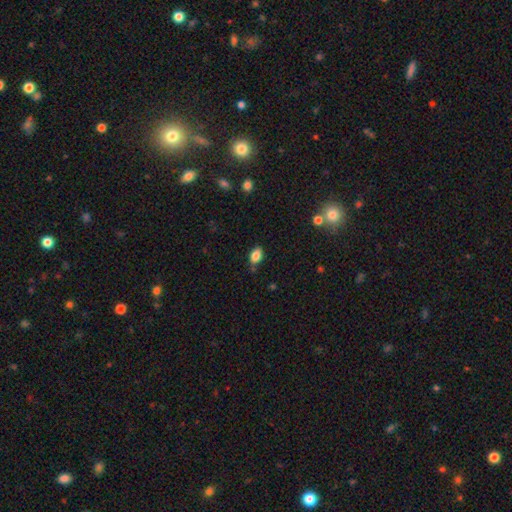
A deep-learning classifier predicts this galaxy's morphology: Smooth or featured? smooth (85%)
How rounded? in between (86%)
Merging? none (78%)